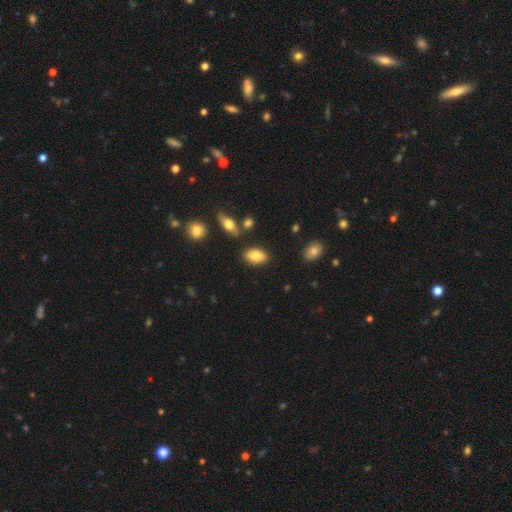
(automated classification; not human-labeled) This is clearly a smooth galaxy (82%). How rounded: clearly in between (92%). Merging: clearly none (83%).